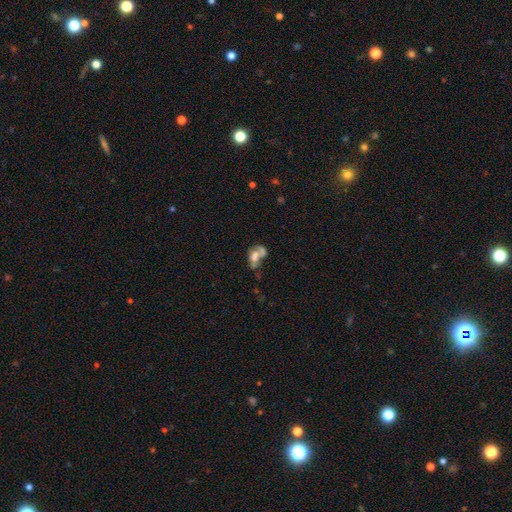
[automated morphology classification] smooth-or-featured: smooth: 51% | featured or disk: 36% | star or artifact: 13%
  how-rounded: in between: 79% | round: 18% | cigar-shaped: 3%
  merging: merger: 56% | none: 17% | major disturbance: 17% | minor disturbance: 10%